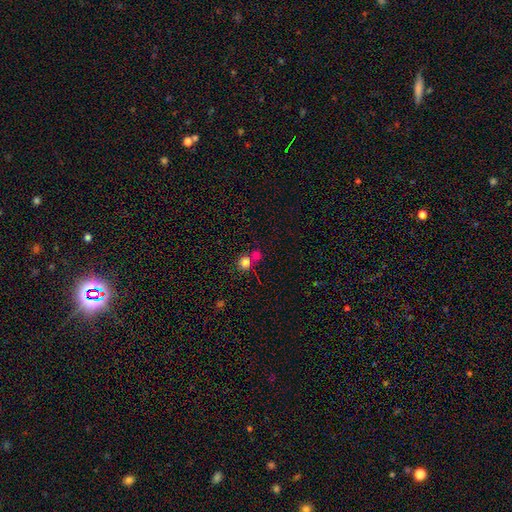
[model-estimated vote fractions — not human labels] Overall: smooth (75%). How rounded: round (82%). Merging: none (51%; merger 37%).